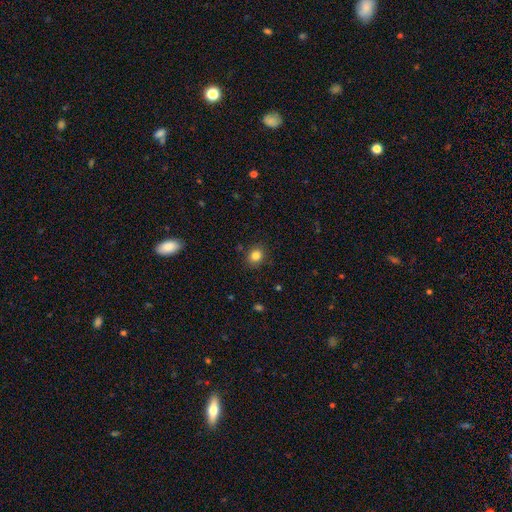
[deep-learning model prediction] Overall: smooth (83%). How rounded: round (71%). Merging: none (88%).